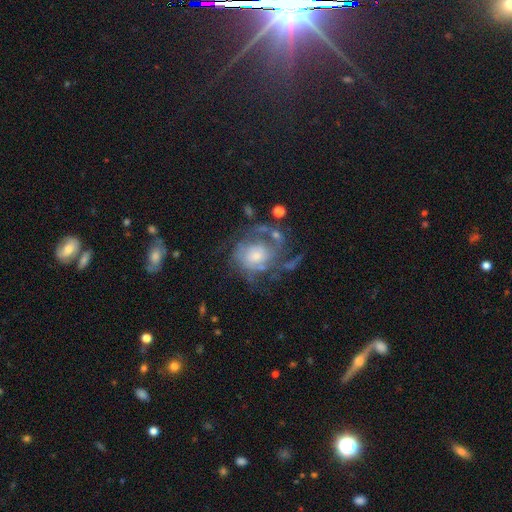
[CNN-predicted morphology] smooth-or-featured: featured or disk: 72% | smooth: 20% | star or artifact: 8%
  disk-edge-on: no: 98% | yes: 2%
    bar: no: 78% | weak: 19% | strong: 3%
    has-spiral-arms: yes: 76% | no: 24%
      spiral-winding: tight: 45% | medium: 35% | loose: 20%
      spiral-arm-count: can't tell: 44% | 2: 20% | 3: 14% | 1: 11% | 4: 6% | more than 4: 5%
    bulge-size: moderate: 43% | small: 36% | large: 13% | none: 6% | dominant: 2%
  merging: none: 43% | major disturbance: 31% | minor disturbance: 20% | merger: 7%